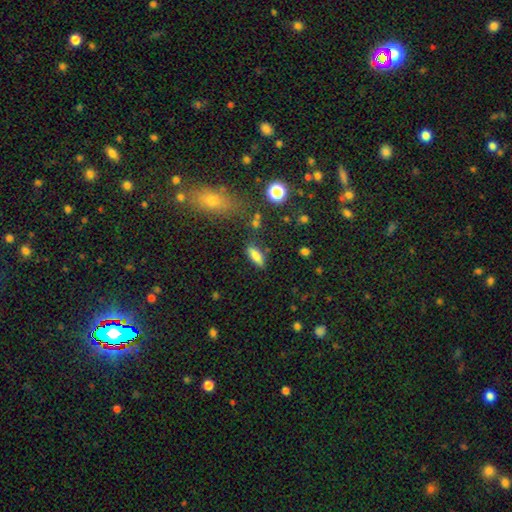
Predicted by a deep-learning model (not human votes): Overall: smooth (80%). How rounded: in between (68%). Merging: none (80%).